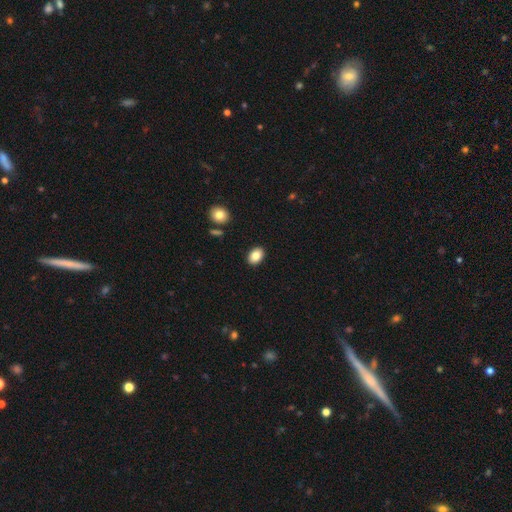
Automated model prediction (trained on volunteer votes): smooth 84%, star or artifact 8%, featured or disk 8%. Down the decision tree: how rounded — in between (80%); merging — none (89%).